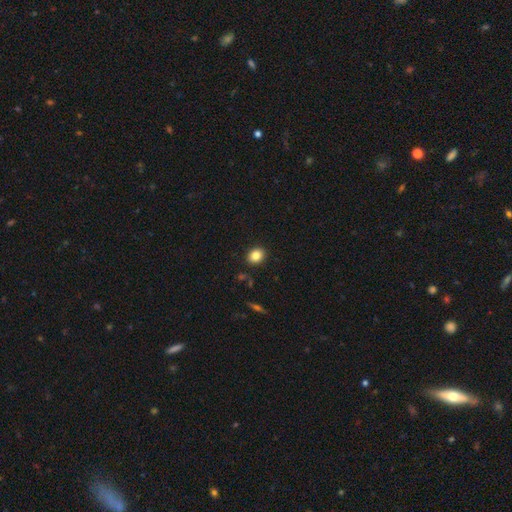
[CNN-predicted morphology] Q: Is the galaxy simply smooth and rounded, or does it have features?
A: smooth — 84%.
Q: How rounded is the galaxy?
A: round — 53%.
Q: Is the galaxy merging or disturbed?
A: none — 90%.